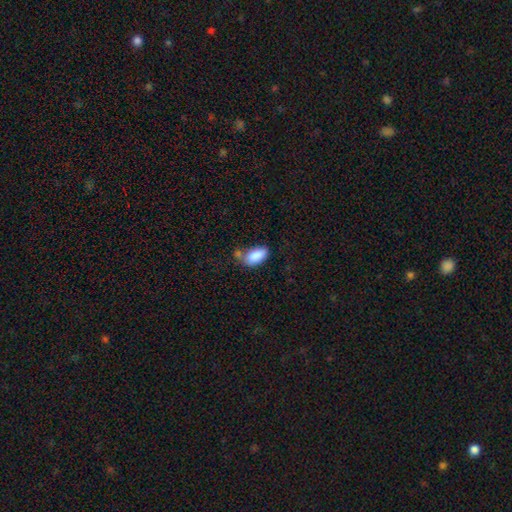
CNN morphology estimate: Overall: smooth (86%). How rounded: in between (93%). Merging: none (47%; minor disturbance 26%).